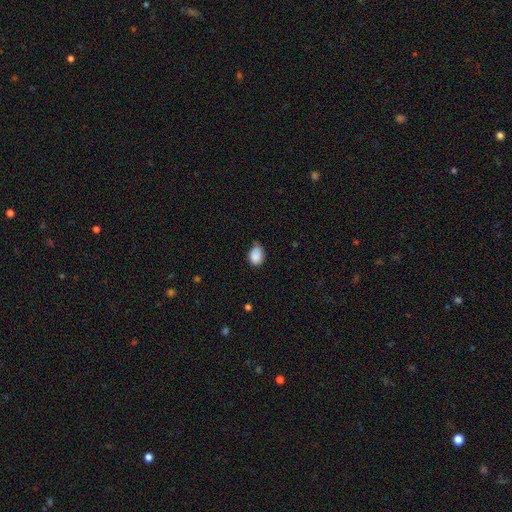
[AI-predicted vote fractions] Morphology: type=smooth (88%); roundness=in between (72%); merging=none (50%).